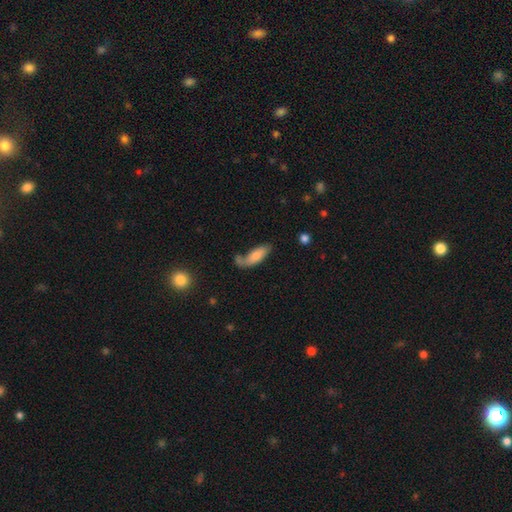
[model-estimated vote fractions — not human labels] smooth-or-featured: smooth: 75% | featured or disk: 18% | star or artifact: 7%
  how-rounded: in between: 68% | cigar-shaped: 30% | round: 2%
  merging: none: 46% | minor disturbance: 23% | merger: 19% | major disturbance: 12%